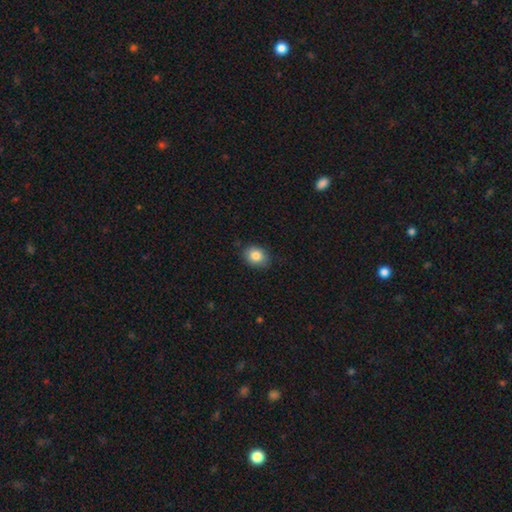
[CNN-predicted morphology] The model was most divided on "how rounded": in between: 53%, round: 46%, cigar-shaped: 1%. More confident: smooth or featured — smooth (85%); merging — none (83%).